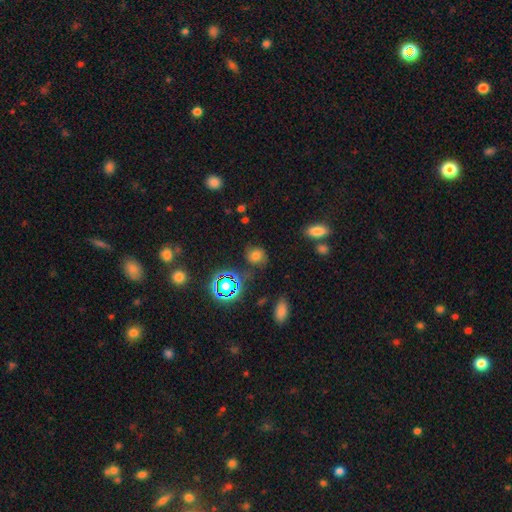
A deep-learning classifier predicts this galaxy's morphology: Smooth or featured?
  - smooth: 61% *
  - star or artifact: 25%
  - featured or disk: 14%
How rounded?
  - round: 71% *
  - in between: 27%
  - cigar-shaped: 1%
Merging?
  - none: 69% *
  - minor disturbance: 19%
  - major disturbance: 8%
  - merger: 3%